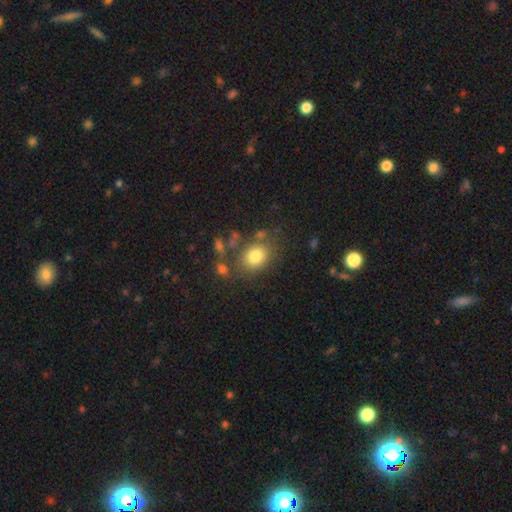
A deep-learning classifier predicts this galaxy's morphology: The model was most divided on "how rounded": round: 54%, in between: 45%, cigar-shaped: 1%. More confident: smooth or featured — smooth (80%); merging — none (70%).